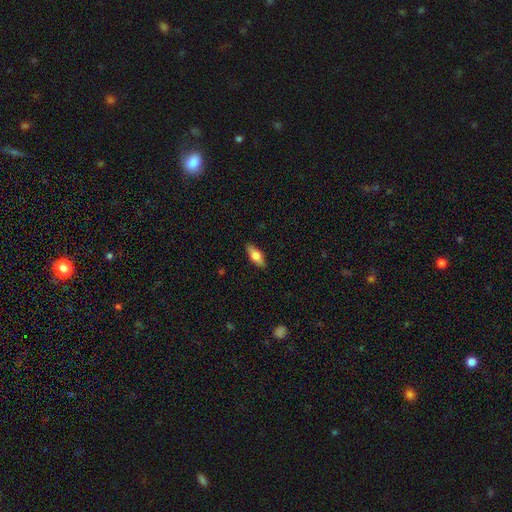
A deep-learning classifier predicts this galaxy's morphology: smooth_or_featured: smooth (p=0.71) [alt: featured or disk p=0.23]
how_rounded: in between (p=0.75) [alt: cigar-shaped p=0.22]
merging: none (p=0.87) [alt: minor disturbance p=0.10]